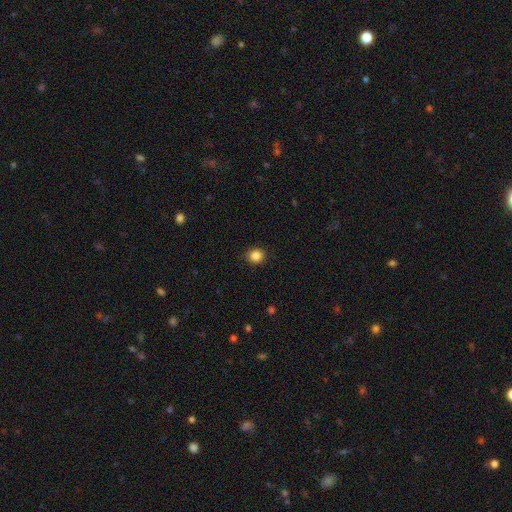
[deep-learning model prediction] A smooth galaxy with no disk features (86%) that is round (82%). Merging: none (90%).